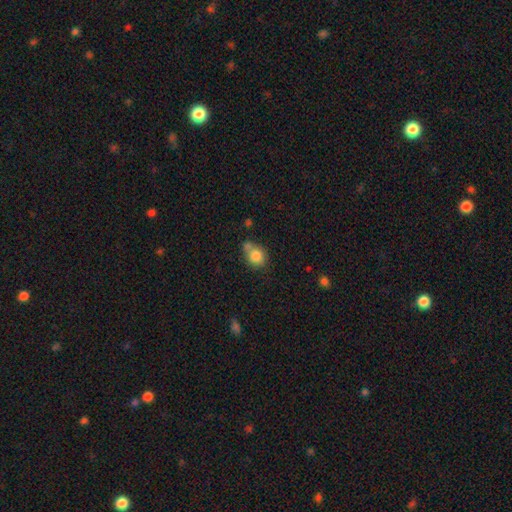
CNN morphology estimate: Smooth or featured?
  - smooth: 82% *
  - star or artifact: 9%
  - featured or disk: 9%
How rounded?
  - round: 66% *
  - in between: 33%
  - cigar-shaped: 1%
Merging?
  - none: 47% *
  - merger: 27%
  - minor disturbance: 20%
  - major disturbance: 6%